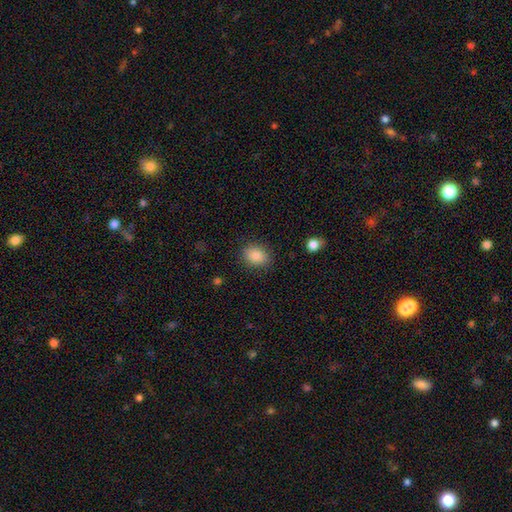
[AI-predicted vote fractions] A smooth galaxy with no disk features (86%) that is in between round and cigar-shaped (66%).

Vote fractions:
- Smooth or featured? smooth: 86% / star or artifact: 9% / featured or disk: 6%
- How rounded? in between: 66% / round: 33% / cigar-shaped: 1%
- Merging? none: 86% / minor disturbance: 9% / major disturbance: 3% / merger: 1%